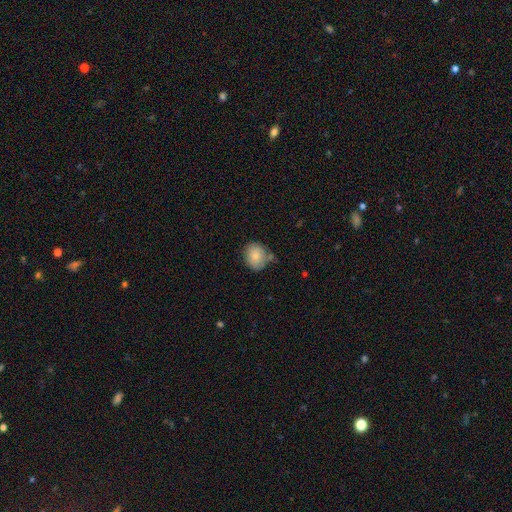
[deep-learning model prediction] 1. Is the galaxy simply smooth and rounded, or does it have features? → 82% smooth, 10% featured or disk, 8% star or artifact.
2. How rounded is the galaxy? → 68% round, 31% in between, 1% cigar-shaped.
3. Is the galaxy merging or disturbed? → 64% none, 22% minor disturbance, 9% merger, 5% major disturbance.